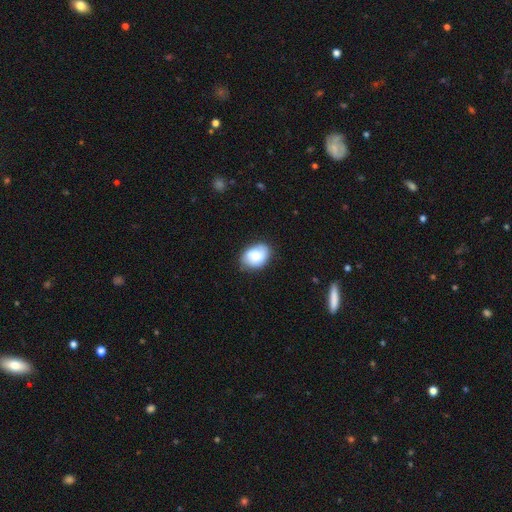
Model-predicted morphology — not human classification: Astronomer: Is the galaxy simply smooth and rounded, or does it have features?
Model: smooth — 80%.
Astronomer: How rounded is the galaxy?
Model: in between — 70%.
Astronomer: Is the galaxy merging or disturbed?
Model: none — 76%.